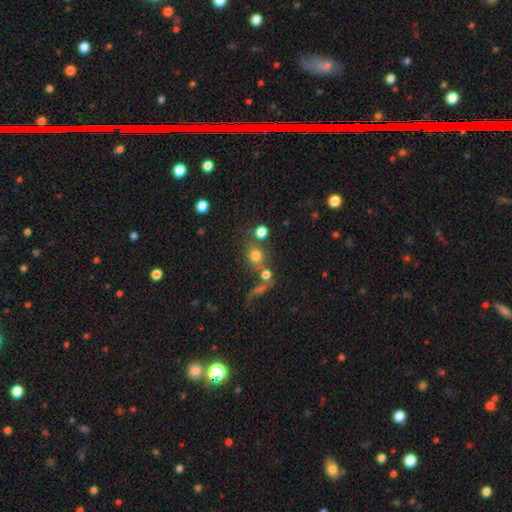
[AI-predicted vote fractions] Smooth or featured? Predicted: smooth (p=0.71). How rounded? Predicted: round (p=0.73). Merging? Predicted: none (p=0.55).